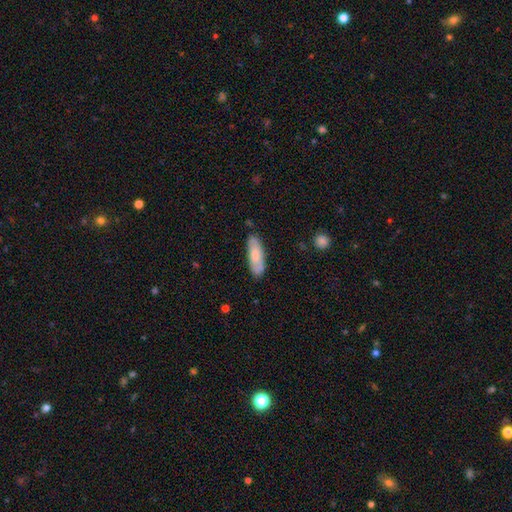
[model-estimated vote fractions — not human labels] The model was most divided on "how rounded": in between: 58%, cigar-shaped: 40%, round: 2%. More confident: merging — none (80%); smooth or featured — smooth (71%).